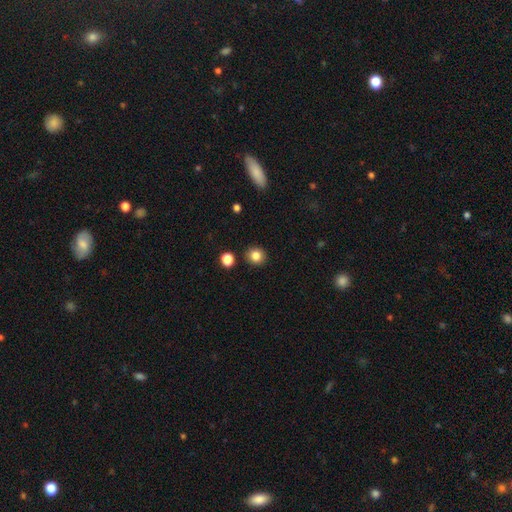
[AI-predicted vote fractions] Smooth or featured: smooth — 84% (star or artifact — 11%)
How rounded: round — 86% (in between — 13%)
Merging: none — 90% (minor disturbance — 6%)